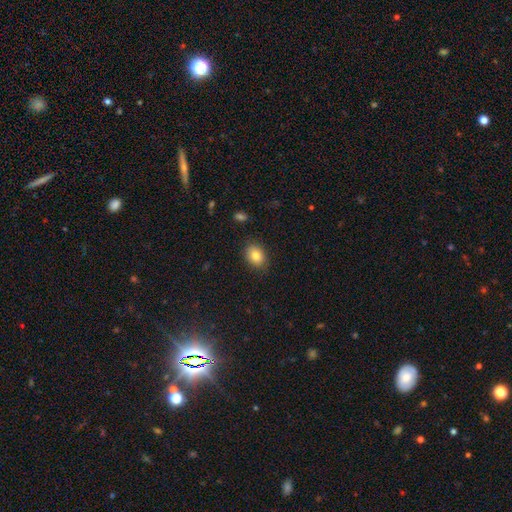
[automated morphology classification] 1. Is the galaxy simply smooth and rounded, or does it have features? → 82% smooth, 9% star or artifact, 9% featured or disk.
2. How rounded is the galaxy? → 66% in between, 33% round, 1% cigar-shaped.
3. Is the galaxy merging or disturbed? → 87% none, 10% minor disturbance, 2% major disturbance, 1% merger.